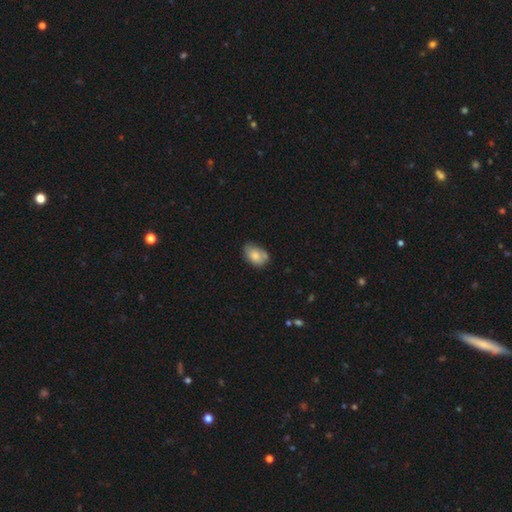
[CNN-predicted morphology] Smooth or featured? Predicted: smooth (p=0.77). How rounded? Predicted: in between (p=0.85). Merging? Predicted: none (p=0.53).